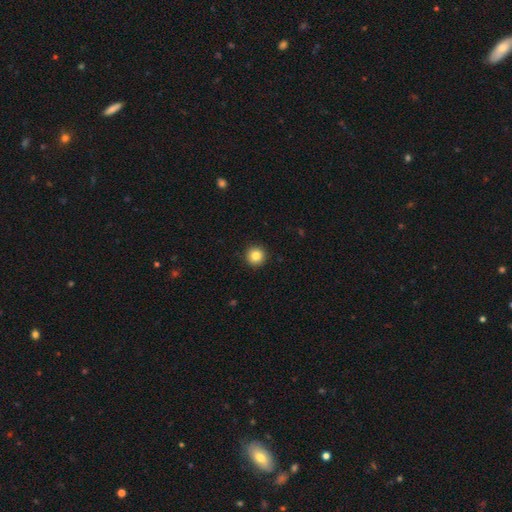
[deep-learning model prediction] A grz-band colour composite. It shows a smooth galaxy with no disk features (84%) that is round (96%). Merging: none (93%).